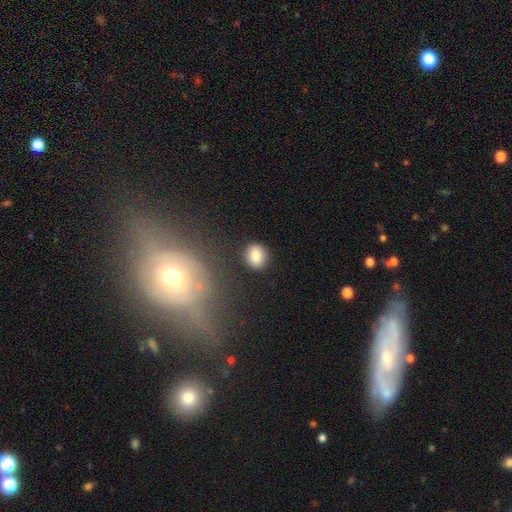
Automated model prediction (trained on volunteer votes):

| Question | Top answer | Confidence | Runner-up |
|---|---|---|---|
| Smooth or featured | smooth | 85% | star or artifact (9%) |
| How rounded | round | 53% | in between (46%) |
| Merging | none | 84% | minor disturbance (10%) |